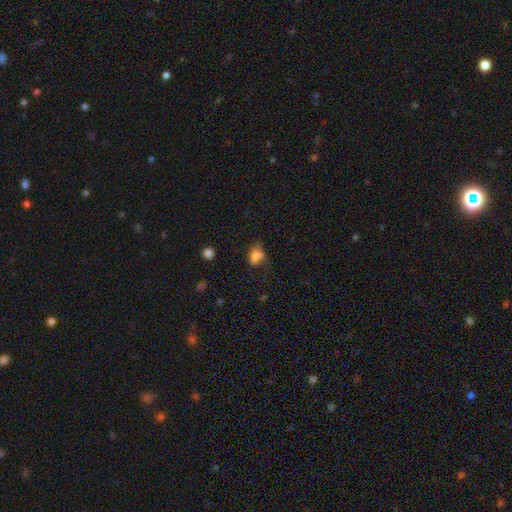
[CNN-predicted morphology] This appears to be a smooth galaxy with no disk features (76%) that is in between round and cigar-shaped (71%). Merging: none (42%).